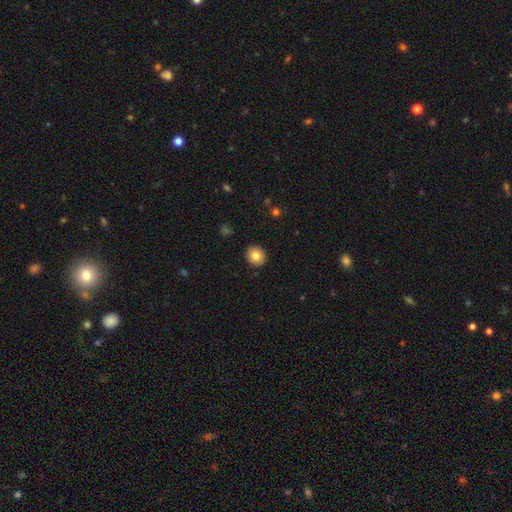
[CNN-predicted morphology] A smooth galaxy with no disk features (82%) that is round (80%).

Vote fractions:
- Smooth or featured? smooth: 82% / star or artifact: 9% / featured or disk: 8%
- How rounded? round: 80% / in between: 19% / cigar-shaped: 1%
- Merging? none: 91% / minor disturbance: 6% / major disturbance: 2% / merger: 1%